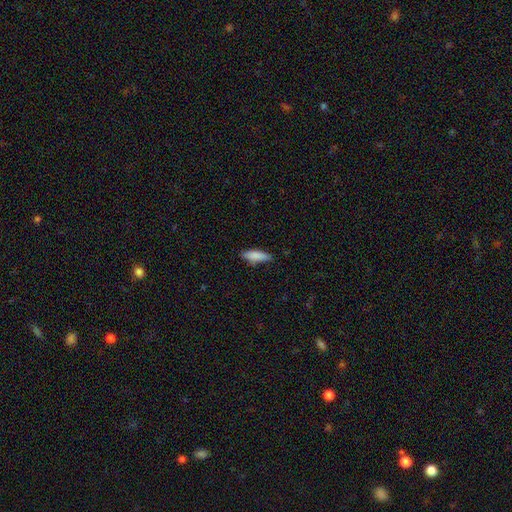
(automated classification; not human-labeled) Overall: smooth (86%). How rounded: cigar-shaped (56%; in between 42%). Merging: none (80%).